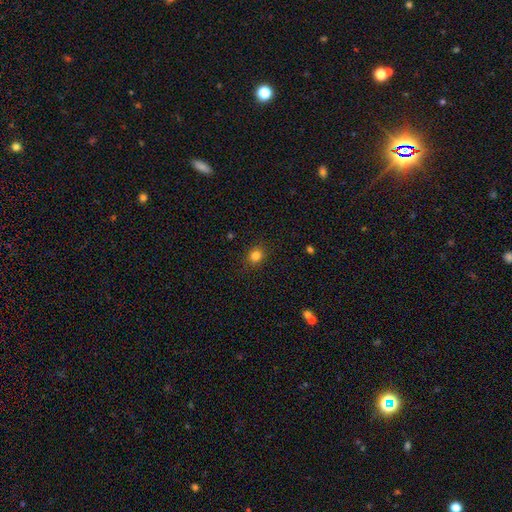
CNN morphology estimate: The model was most divided on "how rounded": round: 77%, in between: 22%, cigar-shaped: 1%. More confident: merging — none (89%); smooth or featured — smooth (82%).